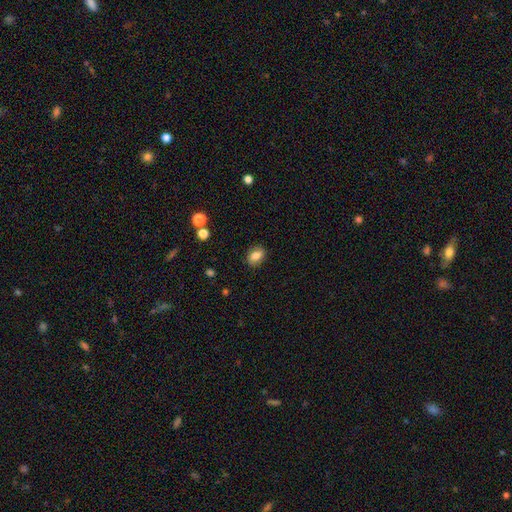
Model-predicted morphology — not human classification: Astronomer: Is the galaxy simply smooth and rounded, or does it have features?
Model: smooth — 81%.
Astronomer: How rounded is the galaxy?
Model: in between — 78%.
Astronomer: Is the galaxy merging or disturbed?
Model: none — 84%.